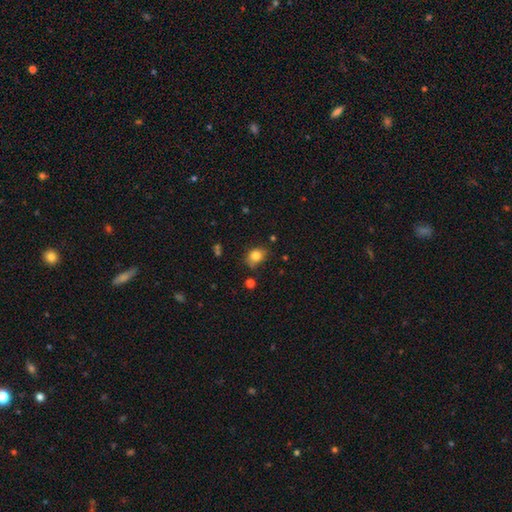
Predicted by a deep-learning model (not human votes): Overall: smooth (82%). How rounded: in between (58%; round 41%). Merging: none (68%).